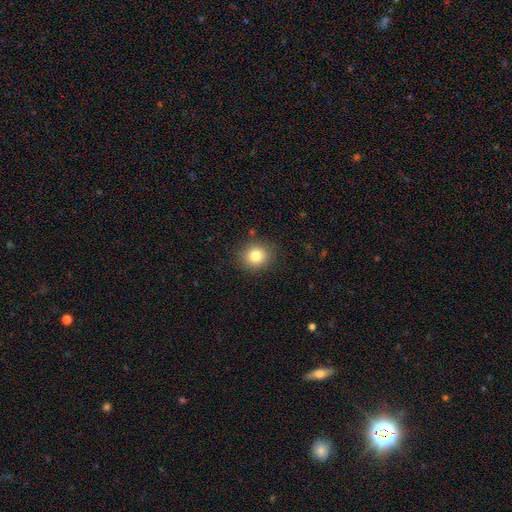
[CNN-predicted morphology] smooth-or-featured: smooth: 81% | star or artifact: 11% | featured or disk: 8%
  how-rounded: round: 83% | in between: 16% | cigar-shaped: 1%
  merging: none: 88% | minor disturbance: 8% | major disturbance: 3% | merger: 1%